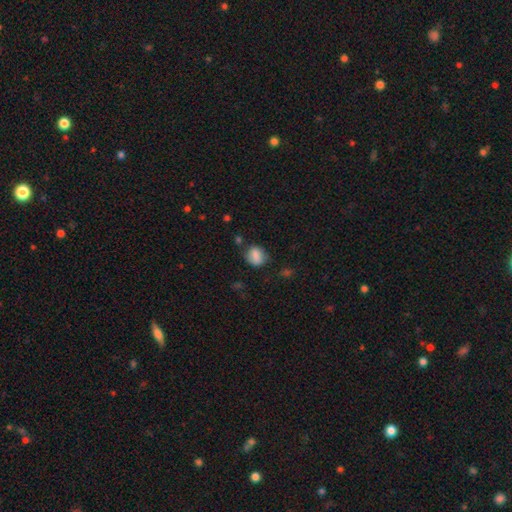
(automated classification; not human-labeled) The model was most divided on "how rounded": in between: 51%, round: 48%, cigar-shaped: 1%. More confident: smooth or featured — smooth (82%); merging — none (64%).